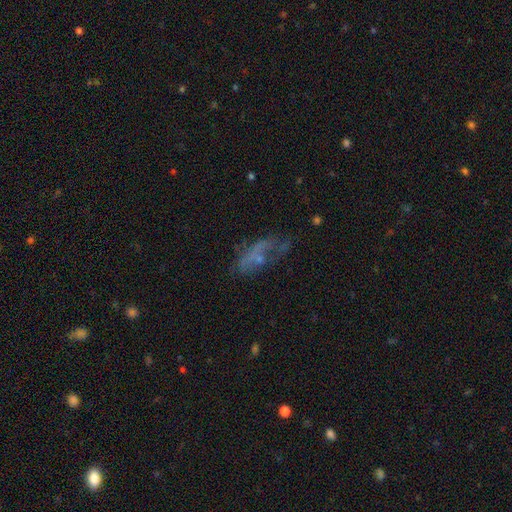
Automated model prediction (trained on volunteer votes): Morphology: type=featured or disk (46%); merging=none (36%).